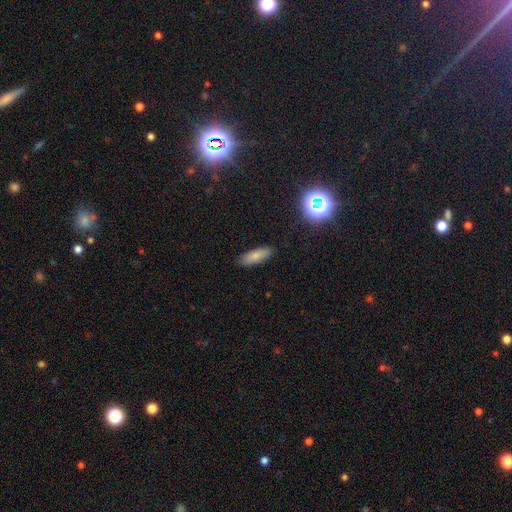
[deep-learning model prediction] A smooth galaxy with no disk features (78%) that is in between round and cigar-shaped (62%).

Vote fractions:
- Smooth or featured? smooth: 78% / featured or disk: 13% / star or artifact: 9%
- How rounded? in between: 62% / cigar-shaped: 35% / round: 2%
- Merging? none: 87% / minor disturbance: 9% / major disturbance: 2% / merger: 1%